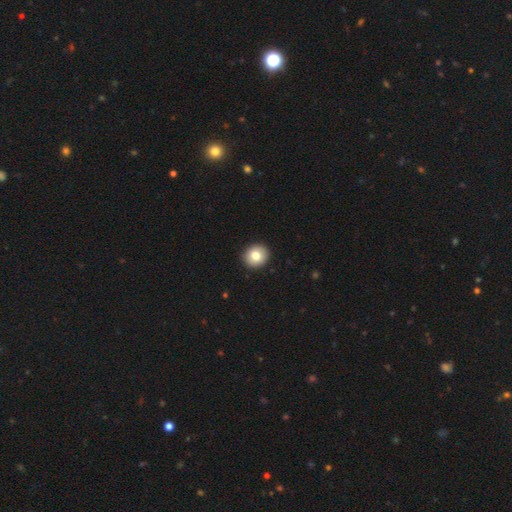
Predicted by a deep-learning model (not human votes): A smooth galaxy with no disk features (80%) that is round (81%). Merging: none (92%).